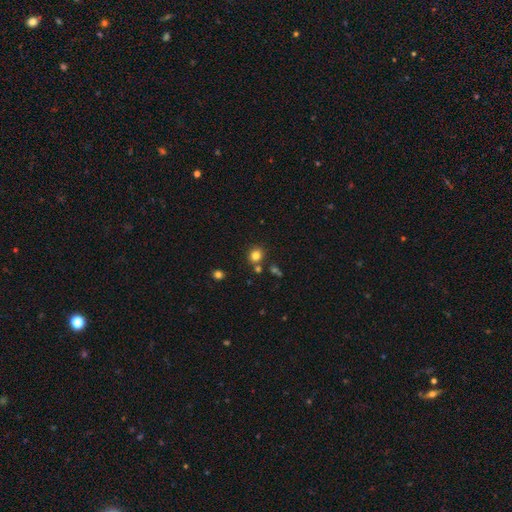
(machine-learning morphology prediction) This is clearly a smooth galaxy (81%). How rounded: clearly round (86%). Merging: likely none (79%).